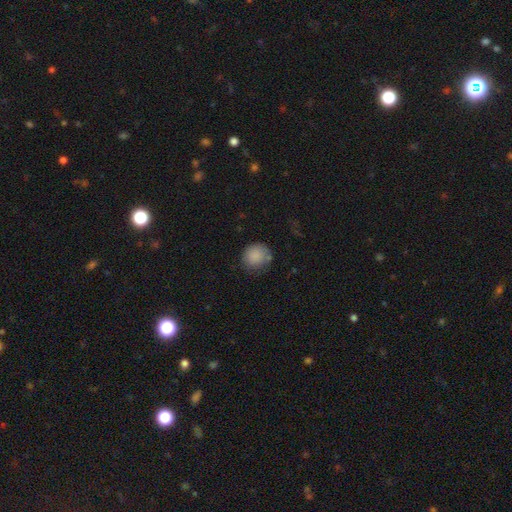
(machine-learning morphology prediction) Overall: smooth (87%). How rounded: round (85%). Merging: none (73%).